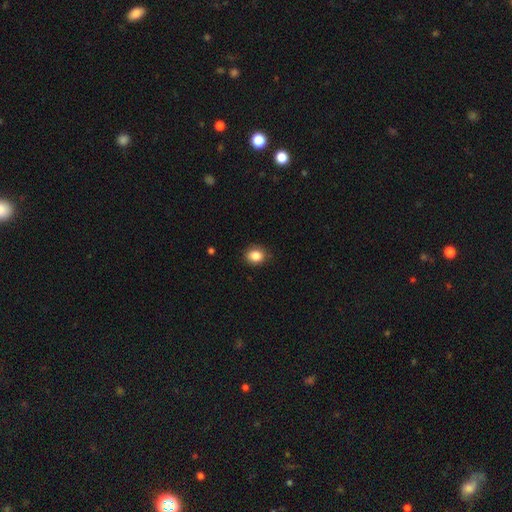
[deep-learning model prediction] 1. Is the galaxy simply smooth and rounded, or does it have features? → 85% smooth, 9% star or artifact, 5% featured or disk.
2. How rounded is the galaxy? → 63% round, 36% in between, 1% cigar-shaped.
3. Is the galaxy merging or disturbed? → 84% none, 13% minor disturbance, 2% major disturbance, 1% merger.